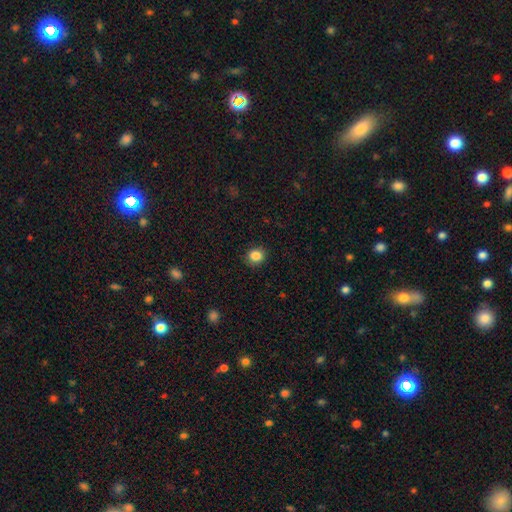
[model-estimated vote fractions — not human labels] A smooth galaxy with no disk features (86%) that is round (82%).

Vote fractions:
- Smooth or featured? smooth: 86% / star or artifact: 10% / featured or disk: 4%
- How rounded? round: 82% / in between: 17% / cigar-shaped: 1%
- Merging? none: 90% / minor disturbance: 7% / major disturbance: 2% / merger: 1%